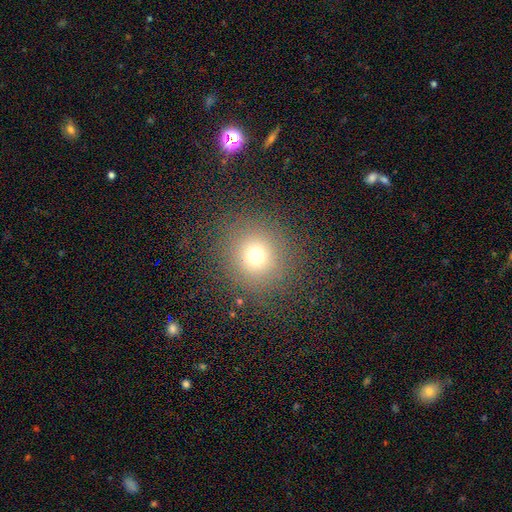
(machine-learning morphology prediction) Smooth or featured? Predicted: smooth (p=0.70). How rounded? Predicted: round (p=0.92). Merging? Predicted: none (p=0.86).